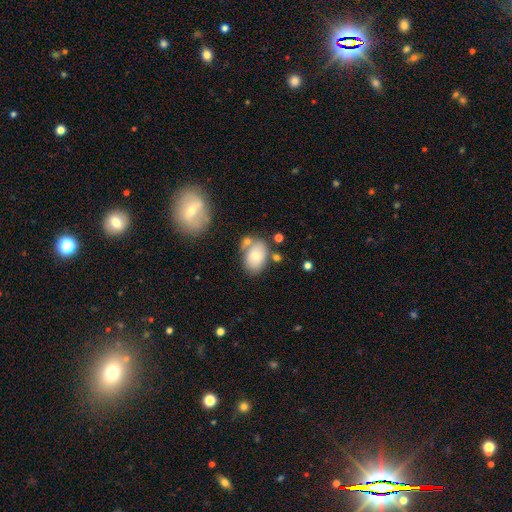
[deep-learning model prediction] Morphology: type=smooth (71%); roundness=in between (83%); merging=none (55%).